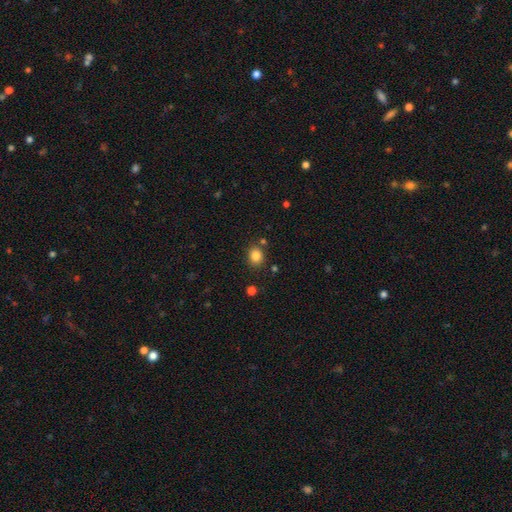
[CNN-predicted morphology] A smooth galaxy with no disk features (84%) that is round (68%).

Vote fractions:
- Smooth or featured? smooth: 84% / star or artifact: 11% / featured or disk: 5%
- How rounded? round: 68% / in between: 31% / cigar-shaped: 1%
- Merging? none: 83% / minor disturbance: 9% / merger: 5% / major disturbance: 3%